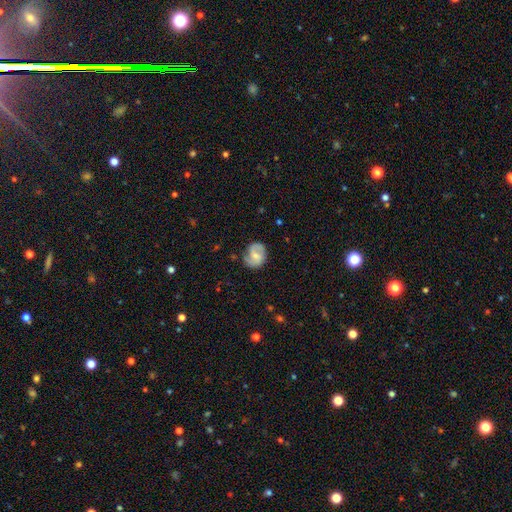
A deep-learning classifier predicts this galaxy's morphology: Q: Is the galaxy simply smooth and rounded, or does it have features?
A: featured or disk — 62%.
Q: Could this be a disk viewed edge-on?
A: no — 98%.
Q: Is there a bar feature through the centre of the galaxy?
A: weak — 50%.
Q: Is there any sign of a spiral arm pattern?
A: yes — 89%.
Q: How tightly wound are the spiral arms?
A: medium — 46%.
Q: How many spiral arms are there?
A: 2 — 80%.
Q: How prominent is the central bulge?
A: moderate — 44%.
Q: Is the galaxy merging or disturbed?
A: none — 71%.